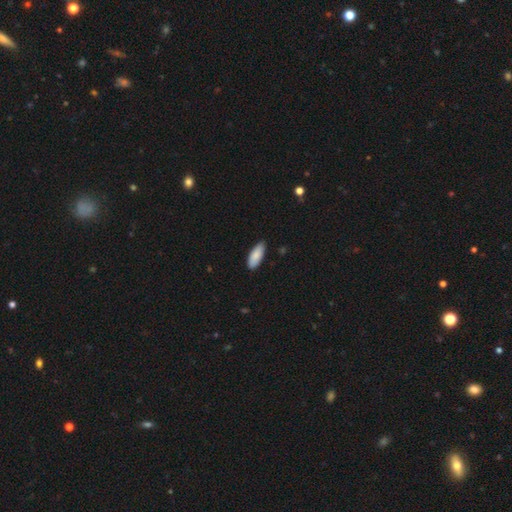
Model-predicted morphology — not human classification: This is clearly a smooth galaxy (87%). How rounded: clearly in between (81%). Merging: clearly none (83%).